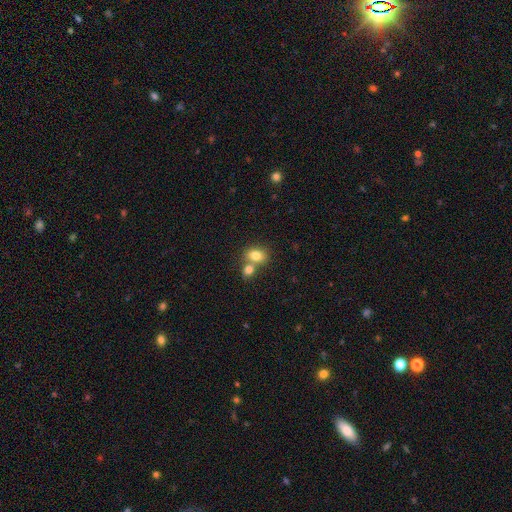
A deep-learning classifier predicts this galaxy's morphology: smooth 80%, featured or disk 11%, star or artifact 10%. Down the decision tree: how rounded — in between (68%); merging — merger (51%).